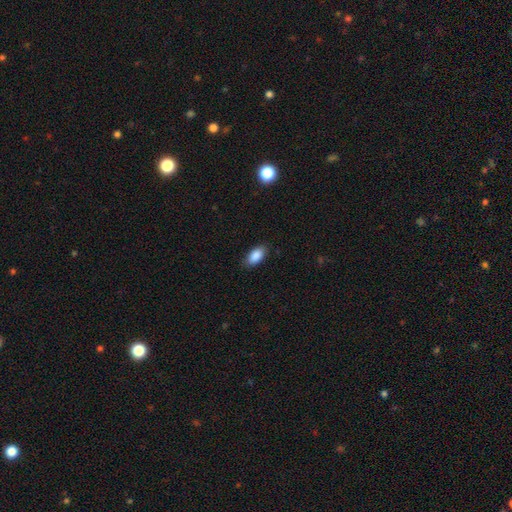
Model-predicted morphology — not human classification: The model was most divided on "merging": none: 85%, minor disturbance: 12%, major disturbance: 3%, merger: 1%. More confident: how rounded — in between (92%); smooth or featured — smooth (89%).